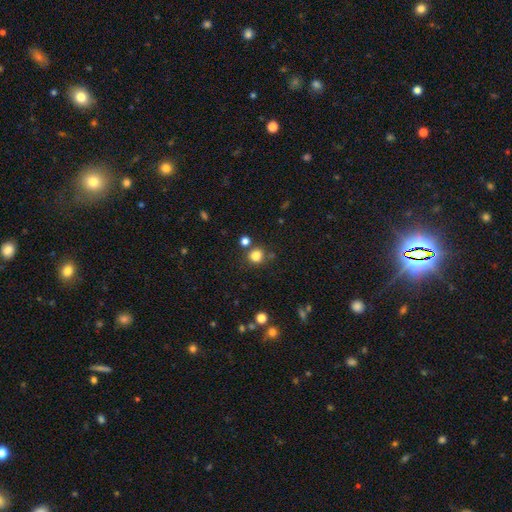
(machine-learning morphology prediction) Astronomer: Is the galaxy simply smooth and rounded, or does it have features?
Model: smooth — 81%.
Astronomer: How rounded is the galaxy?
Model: round — 74%.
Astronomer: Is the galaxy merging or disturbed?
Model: none — 70%.